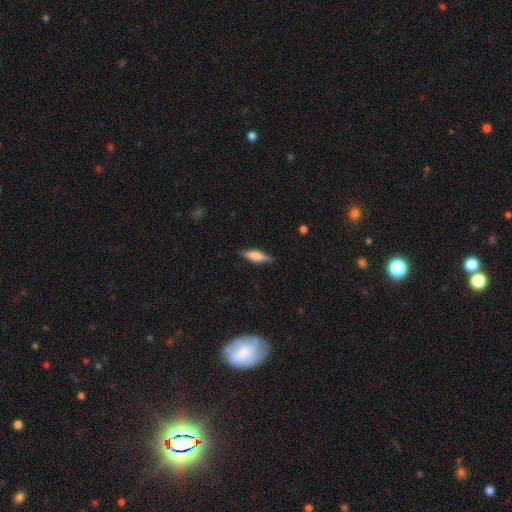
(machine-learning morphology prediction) This is possibly a smooth galaxy (52%). How rounded: possibly cigar-shaped (58%). Merging: clearly none (85%).